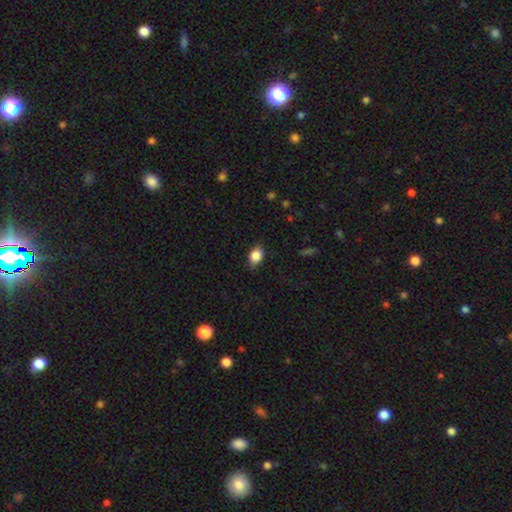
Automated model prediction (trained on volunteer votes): This is clearly a smooth galaxy (86%). How rounded: likely in between (76%). Merging: clearly none (82%).